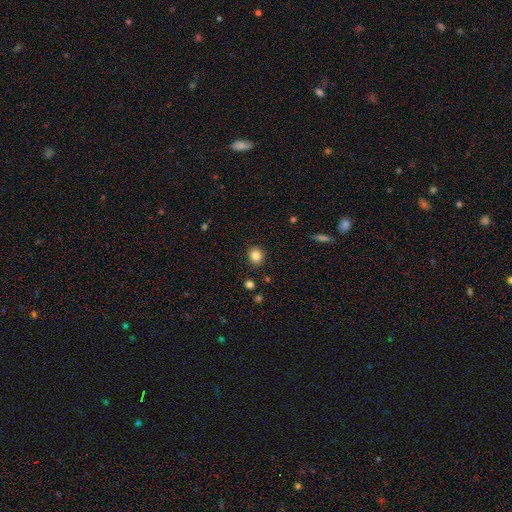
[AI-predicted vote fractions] This appears to be a smooth galaxy with no disk features (85%) that is round (72%). Merging: none (88%).